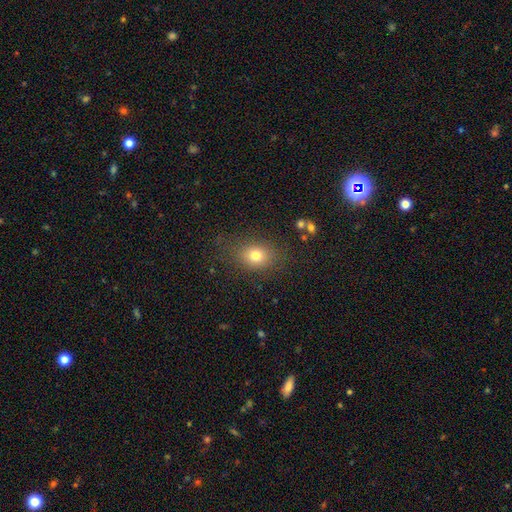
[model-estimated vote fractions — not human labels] Smooth or featured: smooth — 77% (star or artifact — 12%)
How rounded: in between — 54% (round — 45%)
Merging: none — 77% (minor disturbance — 14%)